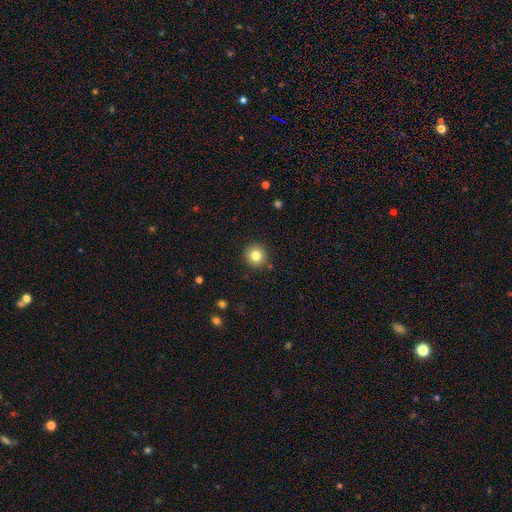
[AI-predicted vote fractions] The model was most divided on "smooth or featured": smooth: 82%, star or artifact: 11%, featured or disk: 7%. More confident: how rounded — round (94%); merging — none (90%).